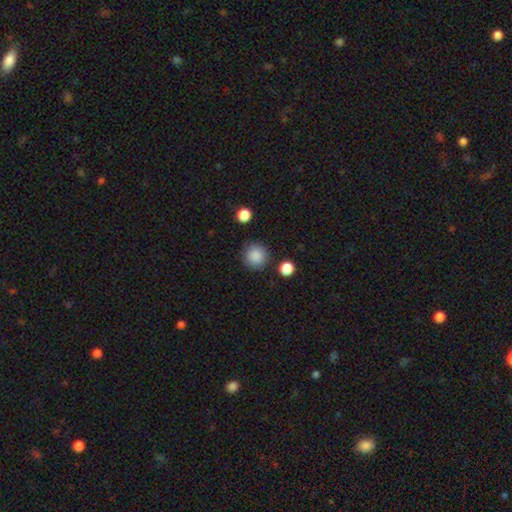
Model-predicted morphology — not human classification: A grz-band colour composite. It shows a smooth galaxy with no disk features (88%) that is round (94%). Merging: none (87%).